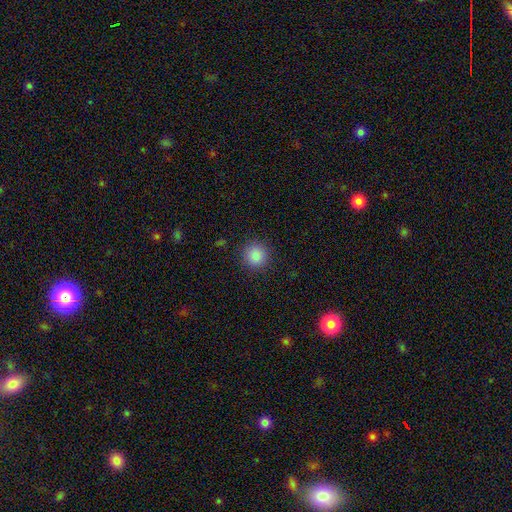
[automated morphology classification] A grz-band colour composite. It shows a smooth galaxy with no disk features (86%) that is round (93%). Merging: none (90%).